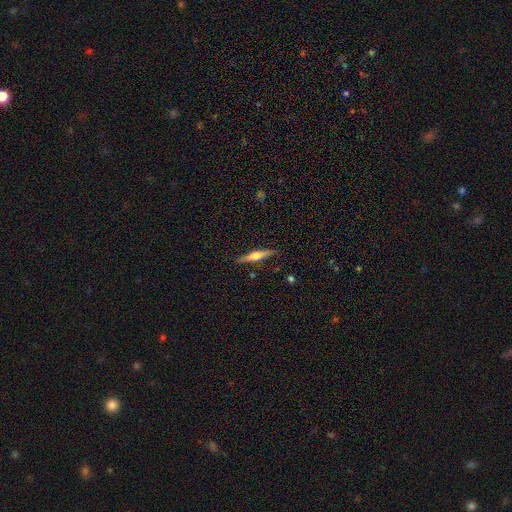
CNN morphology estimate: smooth-or-featured: featured or disk: 66% | smooth: 29% | star or artifact: 6%
  disk-edge-on: yes: 97% | no: 3%
    edge-on-bulge: rounded: 92% | boxy: 5% | none: 3%
  merging: none: 88% | minor disturbance: 9% | major disturbance: 2% | merger: 1%